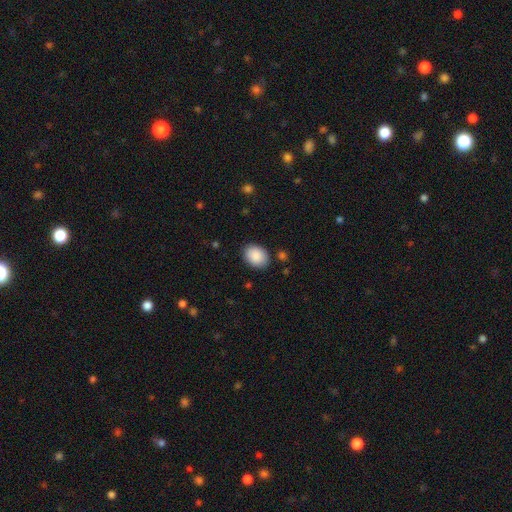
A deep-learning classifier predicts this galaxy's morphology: Q: Smooth or featured?
A: smooth (89%); runner-up: star or artifact (7%)
Q: How rounded?
A: in between (64%); runner-up: round (35%)
Q: Merging?
A: none (85%); runner-up: minor disturbance (10%)